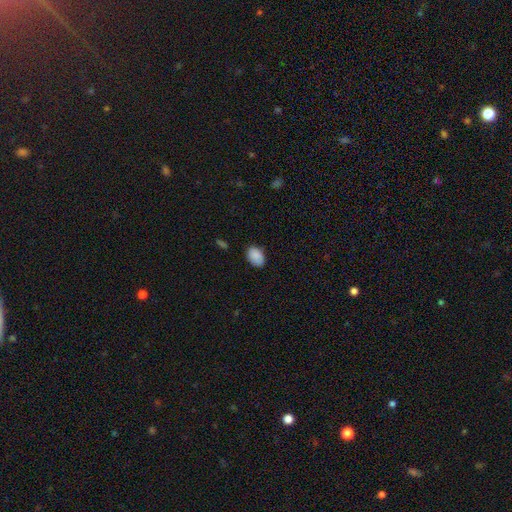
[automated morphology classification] type=smooth (89%); roundness=in between (84%); merging=none (79%).